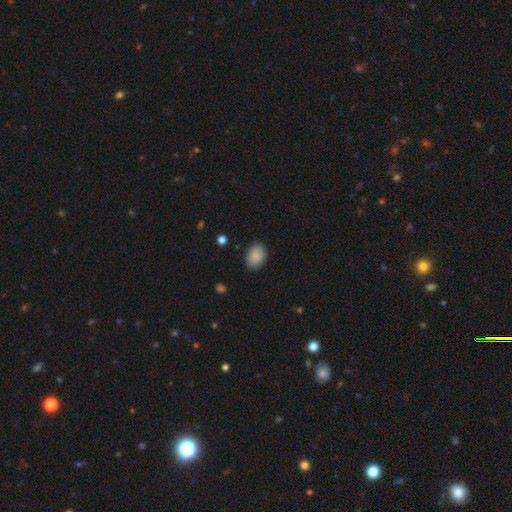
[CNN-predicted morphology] Smooth or featured? Predicted: smooth (p=0.89). How rounded? Predicted: in between (p=0.81). Merging? Predicted: none (p=0.86).